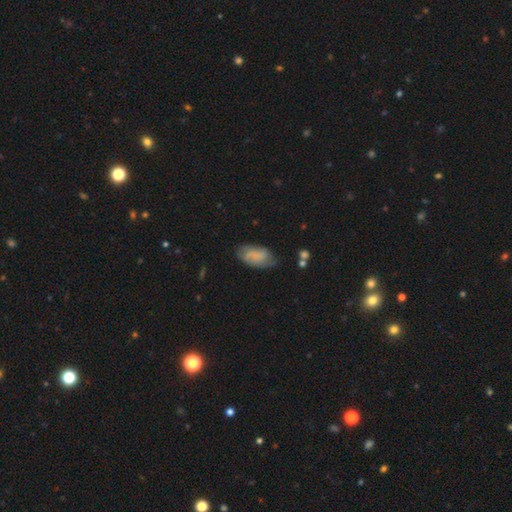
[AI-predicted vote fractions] A smooth galaxy with no disk features (61%) that is in between round and cigar-shaped (93%).

Vote fractions:
- Smooth or featured? smooth: 61% / featured or disk: 31% / star or artifact: 8%
- How rounded? in between: 93% / round: 4% / cigar-shaped: 3%
- Merging? none: 64% / minor disturbance: 26% / major disturbance: 7% / merger: 2%